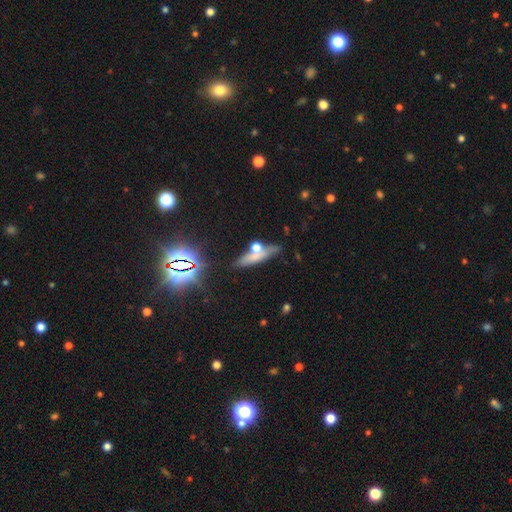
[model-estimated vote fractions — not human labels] The model was most divided on "smooth or featured": smooth: 53%, featured or disk: 30%, star or artifact: 17%. More confident: how rounded — cigar-shaped (67%); merging — none (64%).